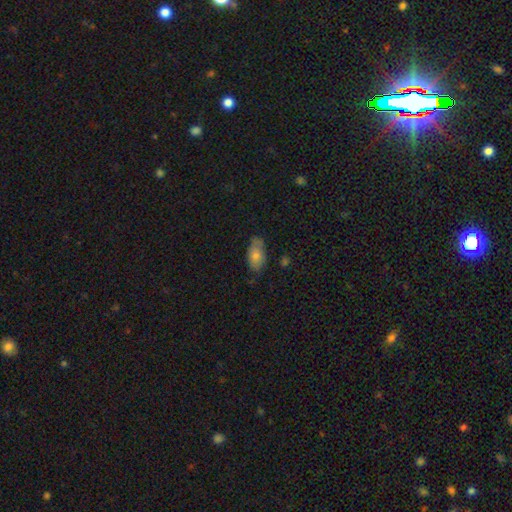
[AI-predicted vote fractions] smooth 72%, featured or disk 20%, star or artifact 8%. Down the decision tree: how rounded — in between (90%); merging — none (71%).